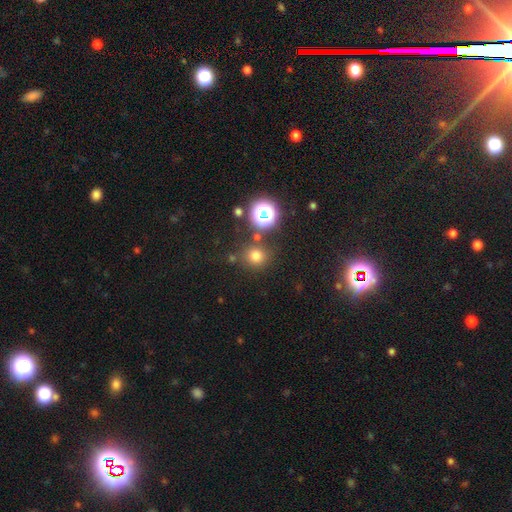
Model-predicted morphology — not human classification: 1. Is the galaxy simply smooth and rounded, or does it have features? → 70% smooth, 23% star or artifact, 6% featured or disk.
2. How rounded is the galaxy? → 90% round, 9% in between, 1% cigar-shaped.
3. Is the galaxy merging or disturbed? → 80% none, 9% minor disturbance, 7% merger, 4% major disturbance.